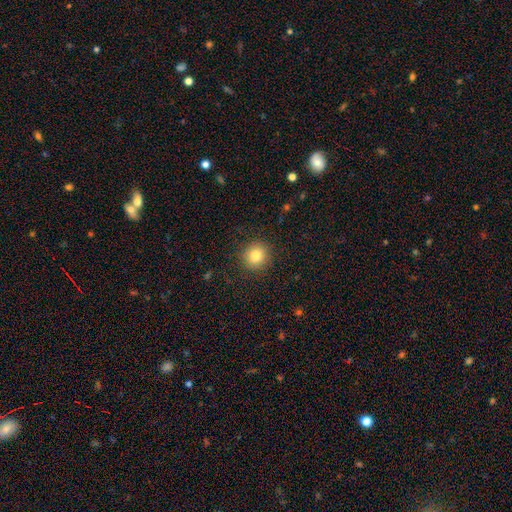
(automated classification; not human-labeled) Q: Smooth or featured?
A: smooth (81%); runner-up: star or artifact (11%)
Q: How rounded?
A: round (92%); runner-up: in between (7%)
Q: Merging?
A: none (90%); runner-up: minor disturbance (6%)